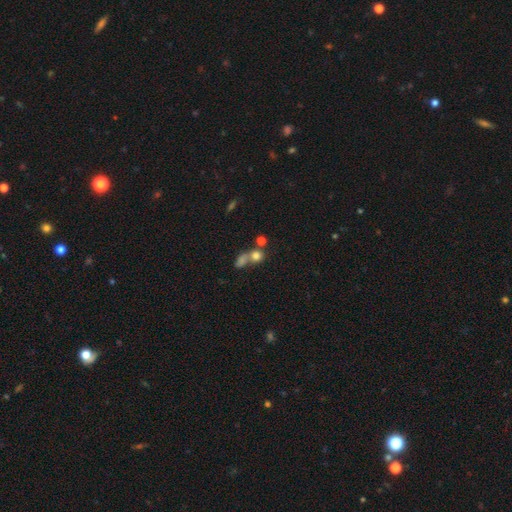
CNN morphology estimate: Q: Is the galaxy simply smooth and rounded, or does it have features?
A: smooth — 73%.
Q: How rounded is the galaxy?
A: round — 77%.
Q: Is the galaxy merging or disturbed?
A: merger — 47%.